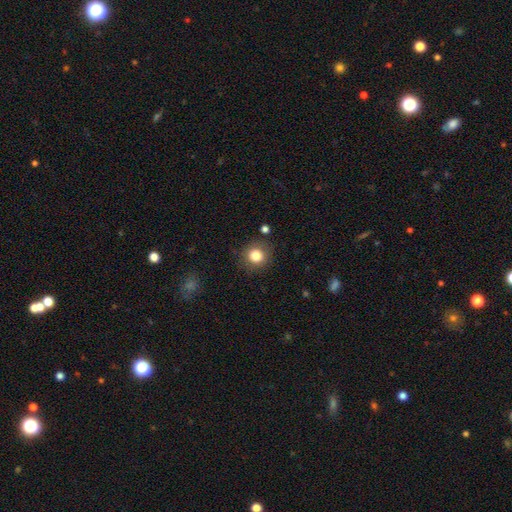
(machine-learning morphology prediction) Smooth or featured? Predicted: smooth (p=0.82). How rounded? Predicted: round (p=0.89). Merging? Predicted: none (p=0.87).